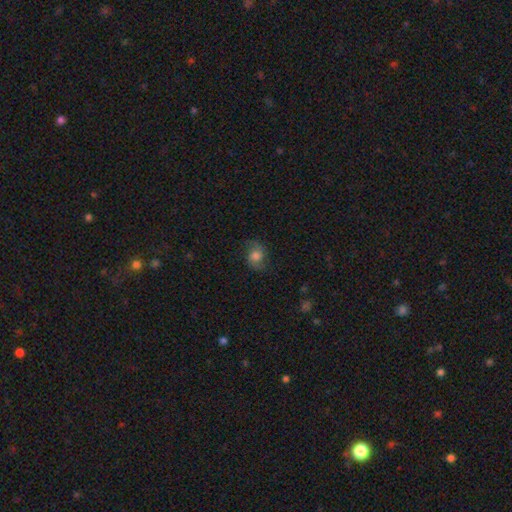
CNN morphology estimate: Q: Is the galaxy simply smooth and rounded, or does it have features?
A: smooth — 47%.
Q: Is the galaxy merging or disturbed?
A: none — 69%.